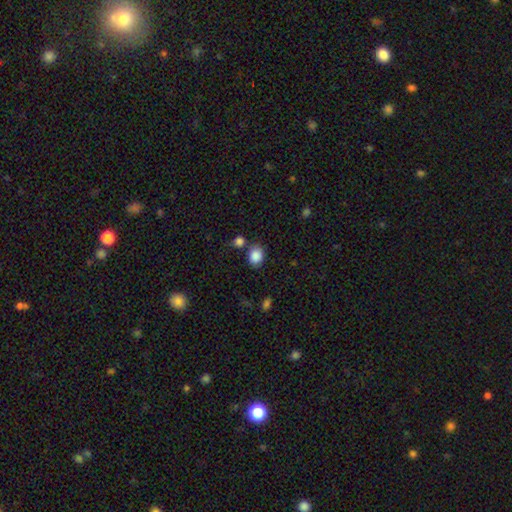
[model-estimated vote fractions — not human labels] This is clearly a smooth galaxy (88%). How rounded: possibly round (51%). Merging: likely none (71%).